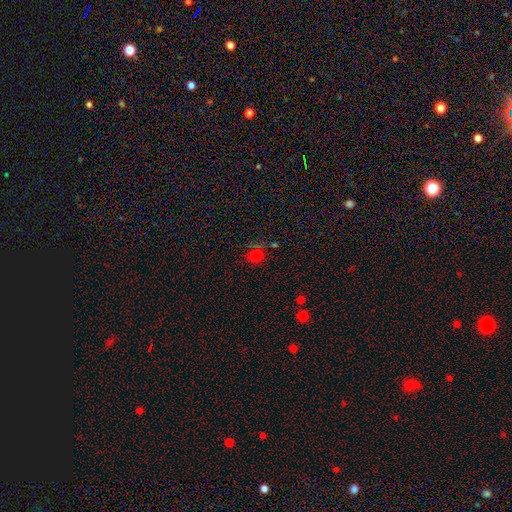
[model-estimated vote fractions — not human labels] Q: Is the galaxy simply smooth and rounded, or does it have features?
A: smooth — 59%.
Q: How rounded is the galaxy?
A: round — 85%.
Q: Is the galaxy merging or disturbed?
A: none — 67%.